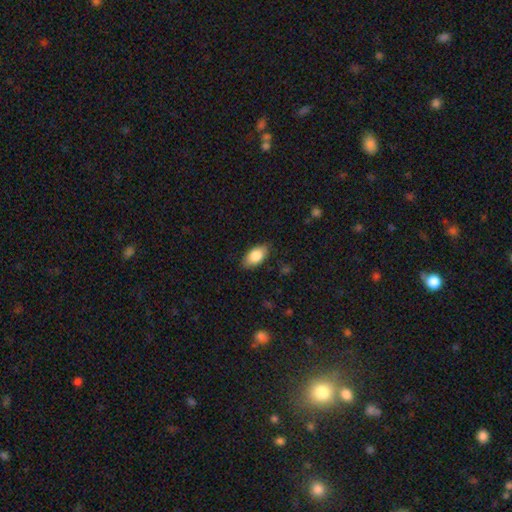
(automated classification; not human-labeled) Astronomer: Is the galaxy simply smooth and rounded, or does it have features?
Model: smooth — 84%.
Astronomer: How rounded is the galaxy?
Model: in between — 93%.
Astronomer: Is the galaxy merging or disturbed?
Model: none — 85%.